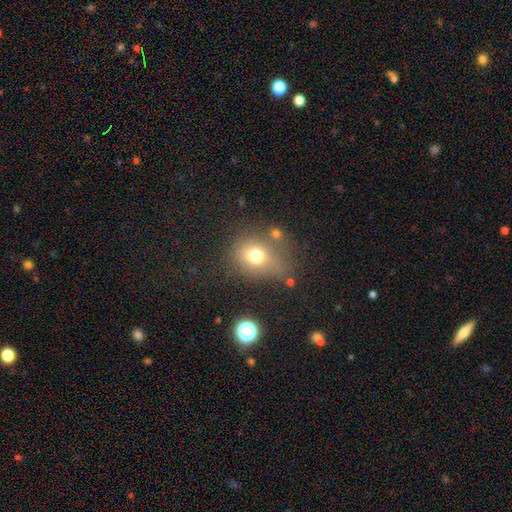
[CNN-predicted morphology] Smooth or featured?
  - smooth: 73% *
  - star or artifact: 15%
  - featured or disk: 13%
How rounded?
  - round: 62% *
  - in between: 36%
  - cigar-shaped: 1%
Merging?
  - none: 57% *
  - minor disturbance: 21%
  - major disturbance: 13%
  - merger: 9%